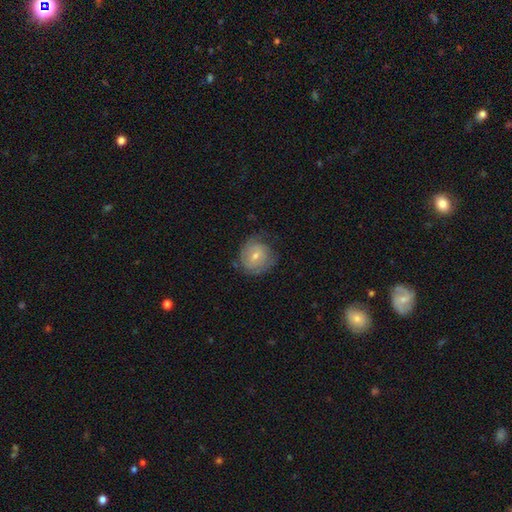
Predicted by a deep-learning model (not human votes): Smooth or featured? Predicted: featured or disk (p=0.56). Edge-on disk? Predicted: no (p=0.97). Bar? Predicted: no (p=0.54). Spiral arms? Predicted: yes (p=0.80). Bulge size? Predicted: moderate (p=0.48, tied with small). Merging? Predicted: none (p=0.65).